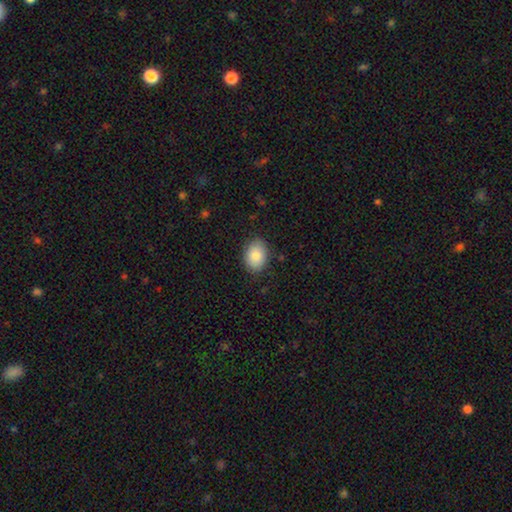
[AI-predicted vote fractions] Smooth or featured? Predicted: smooth (p=0.83). How rounded? Predicted: in between (p=0.75). Merging? Predicted: none (p=0.86).